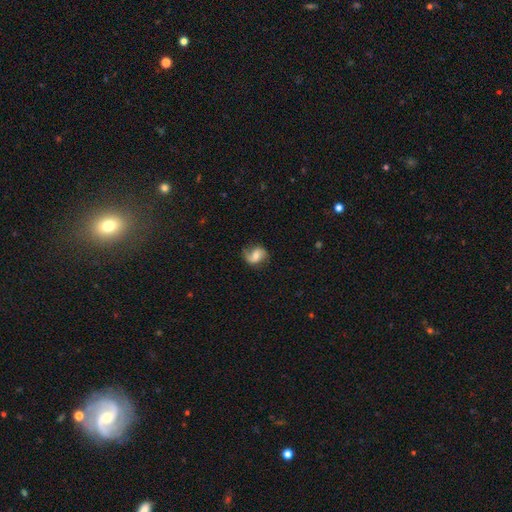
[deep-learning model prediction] This is likely a featured or disk galaxy (62%). It is clearly not viewed edge-on (97%). Bar: marginally no (43%). Spiral arm pattern: clearly yes (91%). Spiral arm count: clearly 2 (81%). Spiral winding: possibly loose (49%). Central bulge: possibly moderate (51%). Merging: likely none (67%).